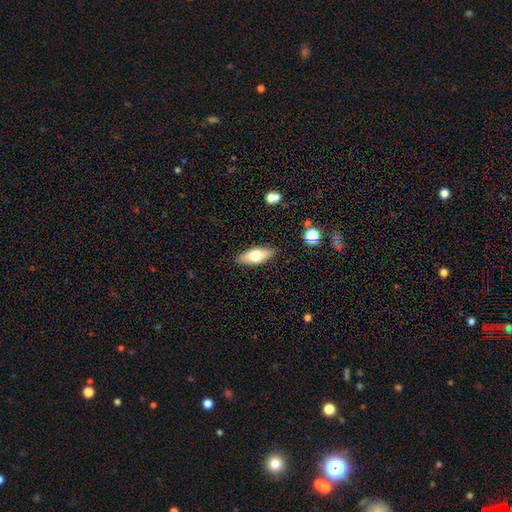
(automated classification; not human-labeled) This is likely a smooth galaxy (66%). How rounded: likely in between (76%). Merging: clearly none (88%).